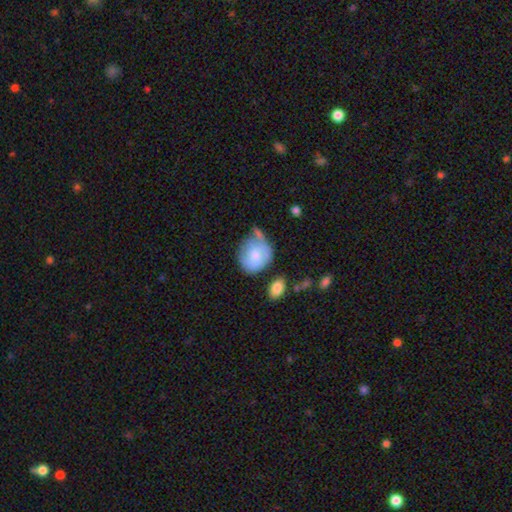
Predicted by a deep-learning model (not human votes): Smooth or featured?
  - smooth: 65% *
  - featured or disk: 29%
  - star or artifact: 7%
How rounded?
  - round: 71% *
  - in between: 28%
  - cigar-shaped: 1%
Merging?
  - none: 38% *
  - minor disturbance: 32%
  - major disturbance: 16%
  - merger: 14%